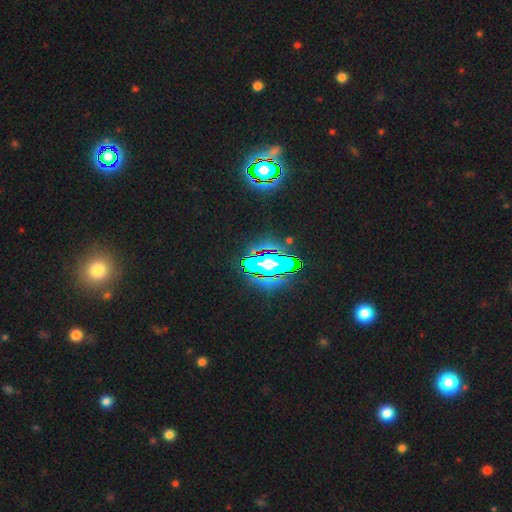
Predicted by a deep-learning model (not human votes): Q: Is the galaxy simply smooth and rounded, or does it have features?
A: star or artifact — 60%.